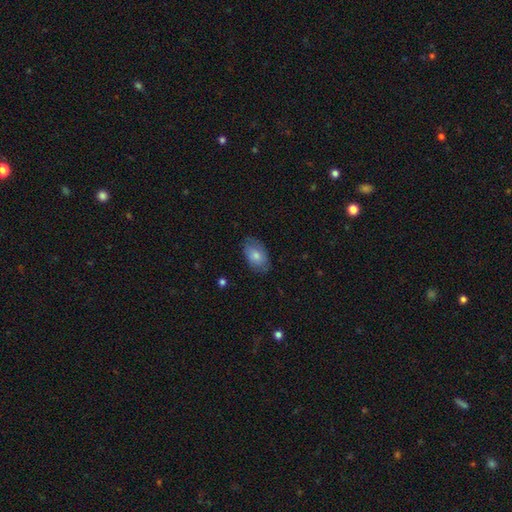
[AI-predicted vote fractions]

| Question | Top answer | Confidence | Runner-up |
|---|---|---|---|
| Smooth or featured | smooth | 77% | featured or disk (17%) |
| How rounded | in between | 92% | round (7%) |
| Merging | none | 78% | minor disturbance (18%) |